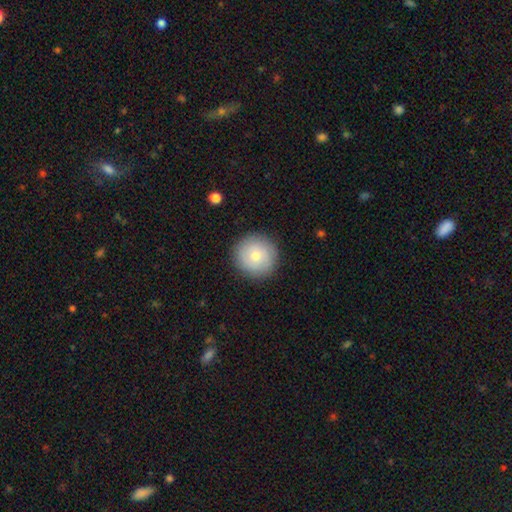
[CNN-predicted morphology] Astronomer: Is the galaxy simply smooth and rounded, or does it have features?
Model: smooth — 71%.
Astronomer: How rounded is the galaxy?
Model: round — 96%.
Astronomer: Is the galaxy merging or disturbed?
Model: none — 89%.